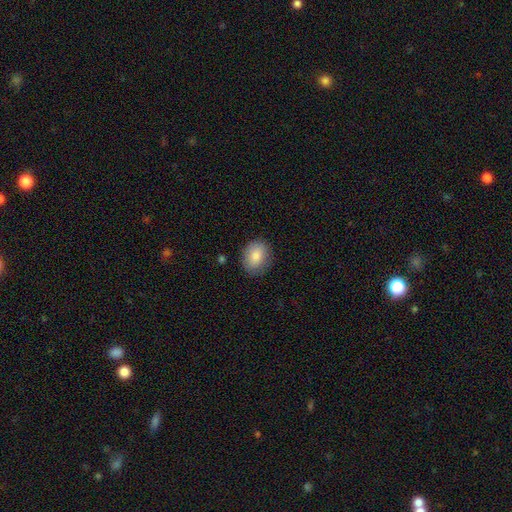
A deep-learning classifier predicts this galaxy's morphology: type=smooth (84%); roundness=in between (61%); merging=none (84%).